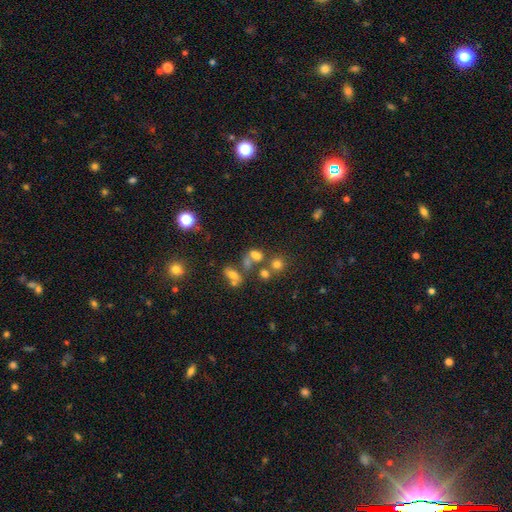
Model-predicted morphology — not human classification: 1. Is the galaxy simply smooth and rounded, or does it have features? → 61% smooth, 23% star or artifact, 16% featured or disk.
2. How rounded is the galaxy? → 51% round, 46% in between, 3% cigar-shaped.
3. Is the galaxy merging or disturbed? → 42% none, 36% merger, 12% minor disturbance, 10% major disturbance.